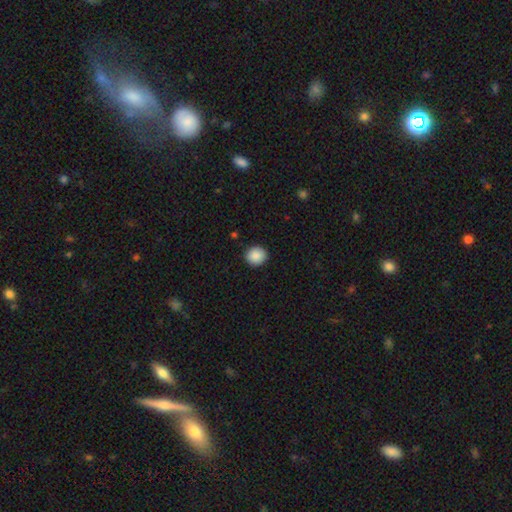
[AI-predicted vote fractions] The model was most divided on "how rounded": round: 86%, in between: 13%, cigar-shaped: 1%. More confident: merging — none (91%); smooth or featured — smooth (89%).